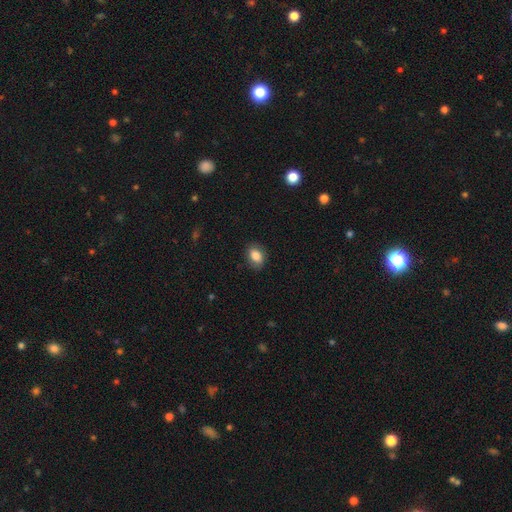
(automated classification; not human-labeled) Smooth or featured? smooth (84%)
How rounded? in between (76%)
Merging? none (84%)